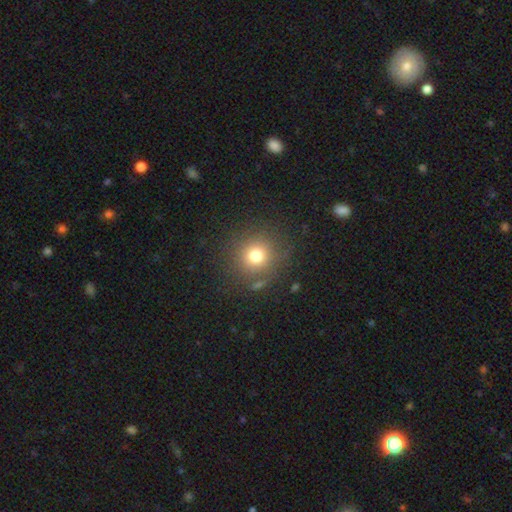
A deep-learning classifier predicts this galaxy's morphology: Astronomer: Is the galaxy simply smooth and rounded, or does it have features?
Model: smooth — 75%.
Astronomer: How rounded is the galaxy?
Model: round — 91%.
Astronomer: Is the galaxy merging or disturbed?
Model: none — 84%.